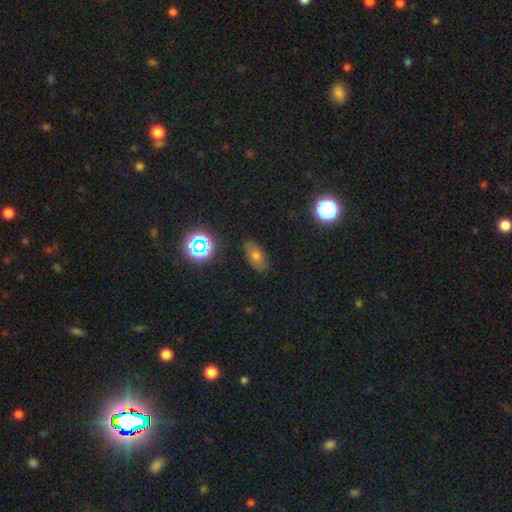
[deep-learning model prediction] smooth-or-featured: smooth: 65% | star or artifact: 19% | featured or disk: 16%
  how-rounded: in between: 84% | round: 9% | cigar-shaped: 7%
  merging: none: 82% | minor disturbance: 14% | major disturbance: 3% | merger: 2%